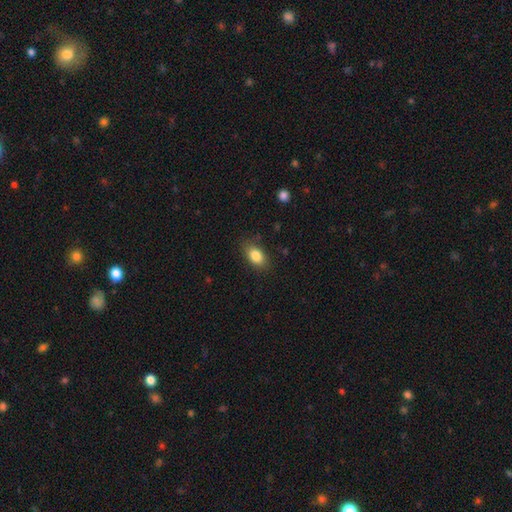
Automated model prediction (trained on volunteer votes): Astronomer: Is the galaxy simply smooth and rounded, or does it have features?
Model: smooth — 84%.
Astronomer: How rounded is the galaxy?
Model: in between — 87%.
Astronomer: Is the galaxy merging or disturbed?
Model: none — 82%.